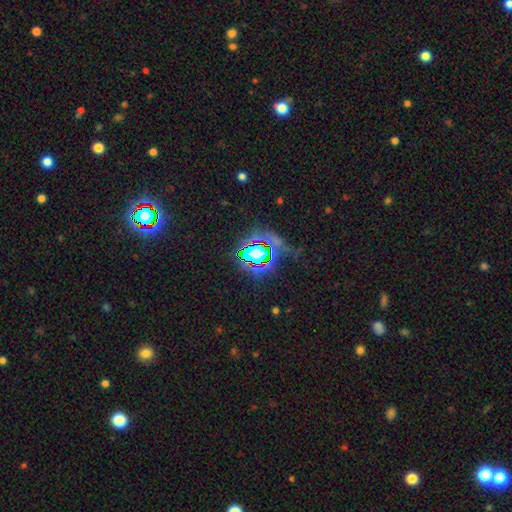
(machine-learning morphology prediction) A star or artifact, not a galaxy (67%).

Vote fractions:
- Smooth or featured? star or artifact: 67% / smooth: 21% / featured or disk: 13%